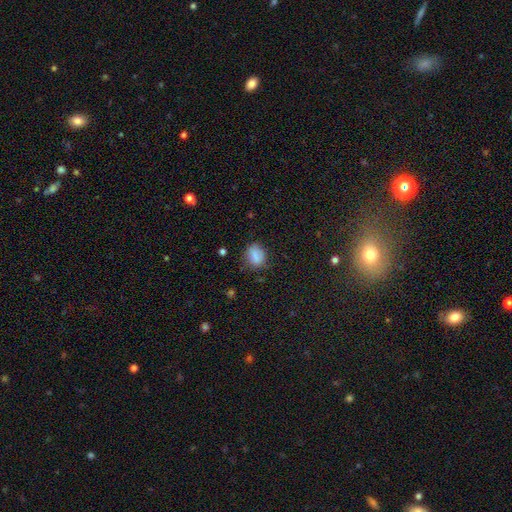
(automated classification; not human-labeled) A smooth galaxy with no disk features (80%) that is in between round and cigar-shaped (53%).

Vote fractions:
- Smooth or featured? smooth: 80% / star or artifact: 10% / featured or disk: 9%
- How rounded? in between: 53% / round: 46% / cigar-shaped: 2%
- Merging? none: 70% / minor disturbance: 22% / major disturbance: 6% / merger: 2%